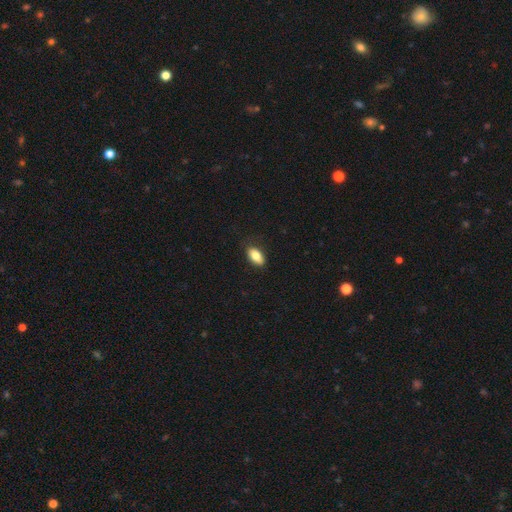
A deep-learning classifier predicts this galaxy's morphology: Smooth or featured: smooth — 84% (featured or disk — 9%)
How rounded: in between — 91% (round — 5%)
Merging: none — 81% (minor disturbance — 15%)